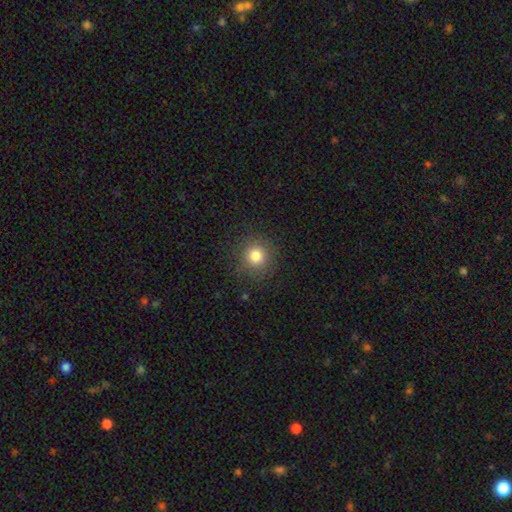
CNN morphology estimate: smooth 81%, star or artifact 13%, featured or disk 6%. Down the decision tree: how rounded — round (92%); merging — none (88%).